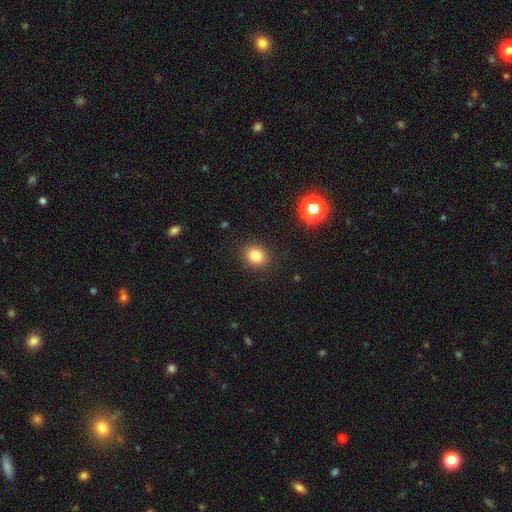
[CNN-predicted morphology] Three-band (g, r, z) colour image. It shows a smooth galaxy with no disk features (82%) that is round (68%). Merging: none (89%).